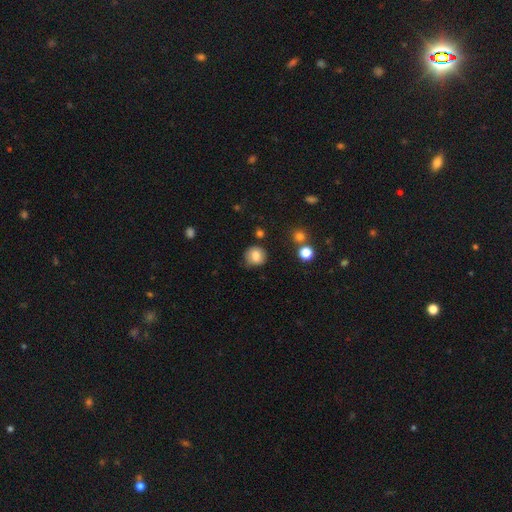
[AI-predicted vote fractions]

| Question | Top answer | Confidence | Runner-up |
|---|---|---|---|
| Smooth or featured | smooth | 80% | featured or disk (10%) |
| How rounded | round | 85% | in between (14%) |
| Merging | none | 78% | minor disturbance (15%) |